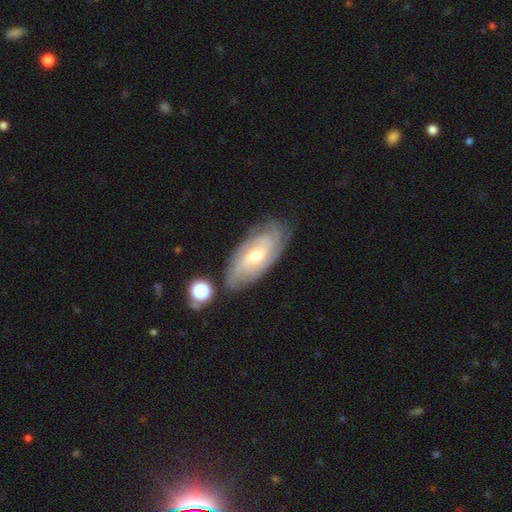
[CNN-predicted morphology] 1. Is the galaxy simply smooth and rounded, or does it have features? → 76% featured or disk, 17% smooth, 7% star or artifact.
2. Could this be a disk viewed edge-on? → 91% no, 9% yes.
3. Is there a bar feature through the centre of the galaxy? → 46% weak, 43% no, 12% strong.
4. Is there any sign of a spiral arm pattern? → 91% yes, 9% no.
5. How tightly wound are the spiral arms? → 60% tight, 30% medium, 10% loose.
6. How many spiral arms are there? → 41% can't tell, 25% 2, 17% 3, 8% 4, 4% more than 4, 4% 1.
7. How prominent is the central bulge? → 60% moderate, 35% small, 3% large, 1% none, 1% dominant.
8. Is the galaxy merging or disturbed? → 78% none, 15% minor disturbance, 4% major disturbance, 3% merger.